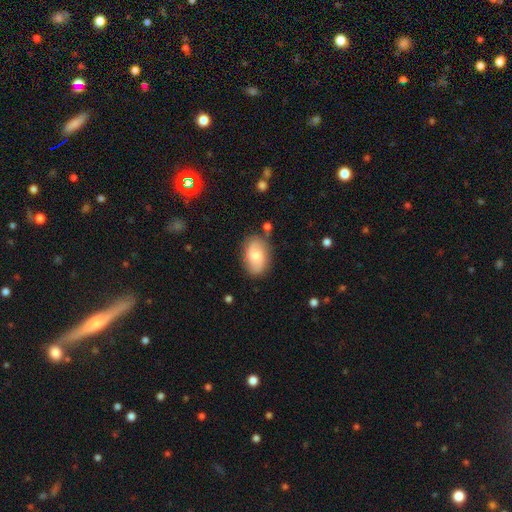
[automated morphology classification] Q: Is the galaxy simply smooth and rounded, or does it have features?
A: smooth — 63%.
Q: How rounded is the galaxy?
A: in between — 89%.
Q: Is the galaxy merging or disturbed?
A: none — 76%.